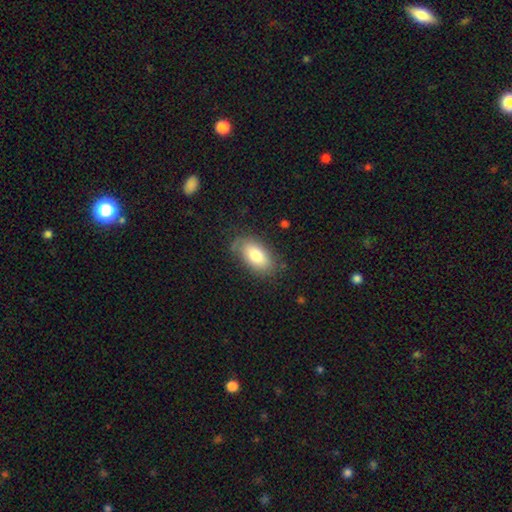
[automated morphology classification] A smooth galaxy with no disk features (76%) that is in between round and cigar-shaped (92%).

Vote fractions:
- Smooth or featured? smooth: 76% / featured or disk: 17% / star or artifact: 7%
- How rounded? in between: 92% / round: 4% / cigar-shaped: 4%
- Merging? none: 73% / minor disturbance: 19% / major disturbance: 6% / merger: 2%